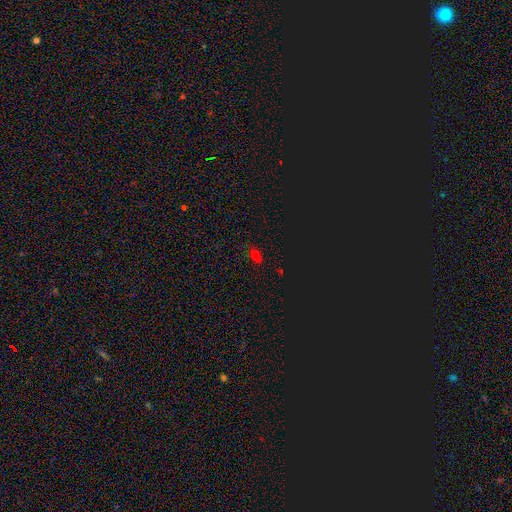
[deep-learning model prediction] This appears to be a smooth galaxy with no disk features (62%) that is in between round and cigar-shaped (84%). Merging: none (83%).